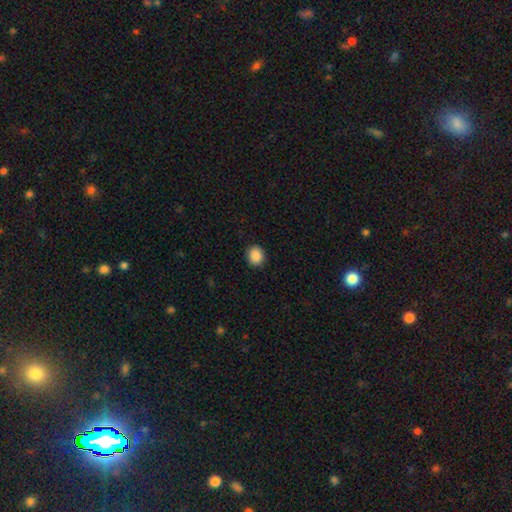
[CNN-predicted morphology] smooth-or-featured: smooth: 89% | star or artifact: 9% | featured or disk: 3%
  how-rounded: round: 77% | in between: 22% | cigar-shaped: 1%
  merging: none: 90% | minor disturbance: 7% | major disturbance: 2% | merger: 1%